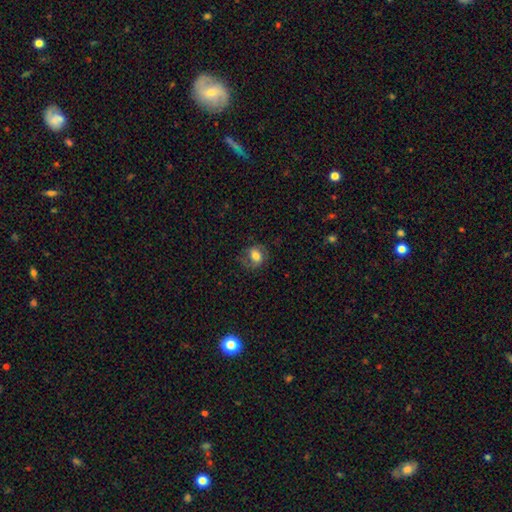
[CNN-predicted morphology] type=smooth (63%); roundness=in between (53%); merging=none (68%).